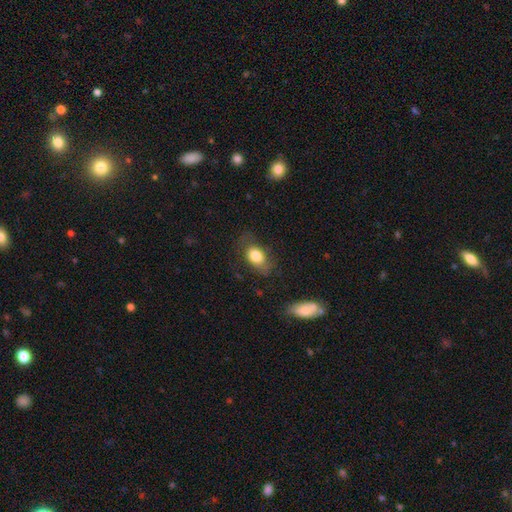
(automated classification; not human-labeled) smooth-or-featured: smooth: 78% | featured or disk: 14% | star or artifact: 8%
  how-rounded: in between: 81% | round: 17% | cigar-shaped: 2%
  merging: none: 61% | minor disturbance: 24% | major disturbance: 13% | merger: 2%